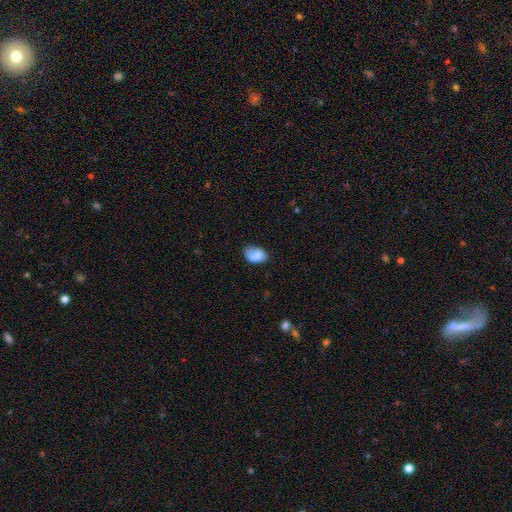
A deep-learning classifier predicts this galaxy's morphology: The model was most divided on "merging": none: 57%, minor disturbance: 30%, major disturbance: 9%, merger: 4%. More confident: how rounded — in between (85%); smooth or featured — smooth (80%).